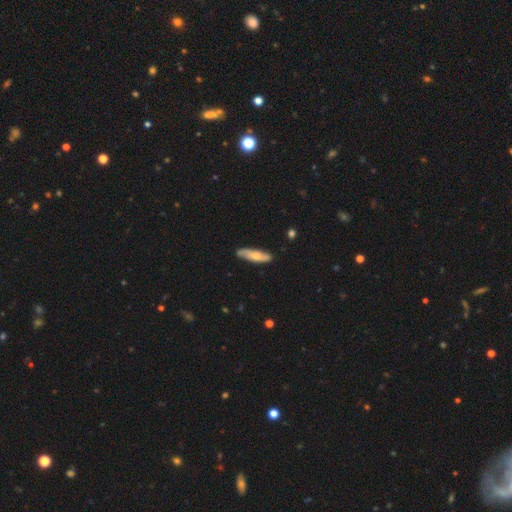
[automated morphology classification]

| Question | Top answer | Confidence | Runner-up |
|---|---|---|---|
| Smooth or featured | smooth | 57% | featured or disk (38%) |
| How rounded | cigar-shaped | 67% | in between (32%) |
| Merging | none | 83% | minor disturbance (13%) |